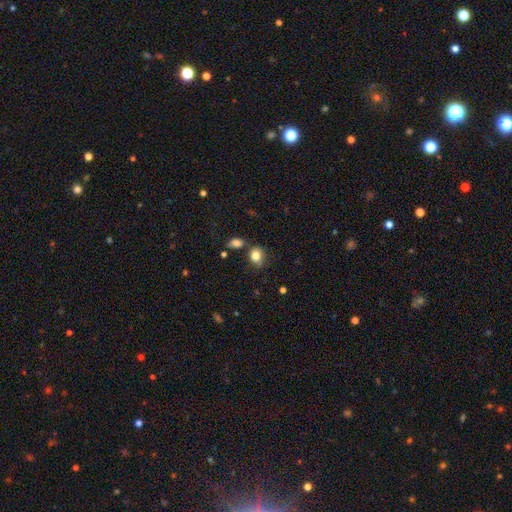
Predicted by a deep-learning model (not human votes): Smooth or featured?
  - smooth: 82% *
  - star or artifact: 10%
  - featured or disk: 8%
How rounded?
  - in between: 53% *
  - round: 46%
  - cigar-shaped: 1%
Merging?
  - none: 66% *
  - minor disturbance: 17%
  - merger: 12%
  - major disturbance: 5%